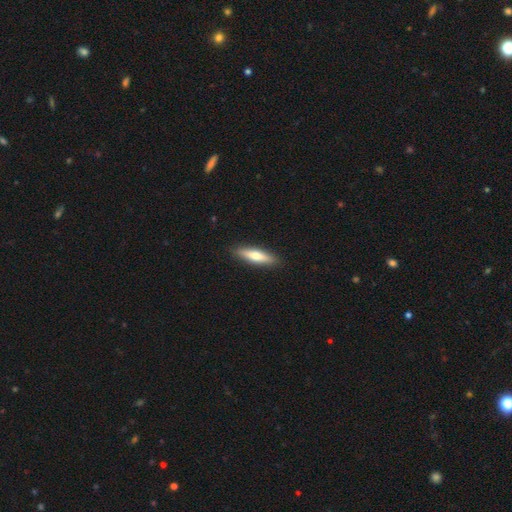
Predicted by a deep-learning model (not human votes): A smooth galaxy with no disk features (64%) that is cigar-shaped (72%). Merging: none (90%).